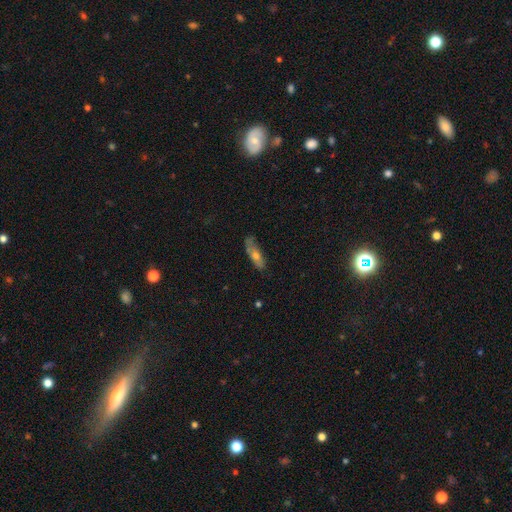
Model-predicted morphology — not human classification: Smooth or featured: smooth — 56% (featured or disk — 36%)
How rounded: cigar-shaped — 51% (in between — 46%)
Merging: none — 62% (minor disturbance — 27%)